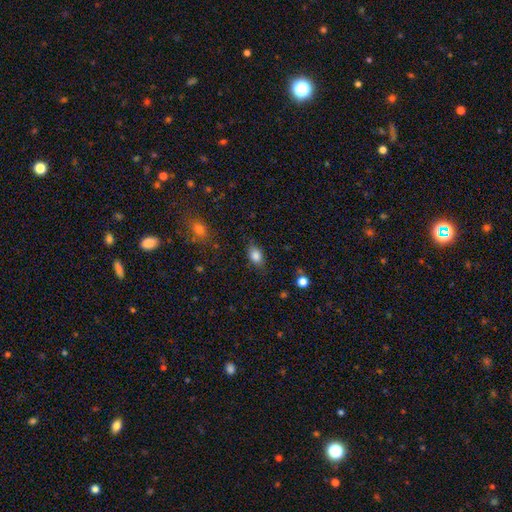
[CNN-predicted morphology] A smooth galaxy with no disk features (84%) that is in between round and cigar-shaped (81%).

Vote fractions:
- Smooth or featured? smooth: 84% / star or artifact: 9% / featured or disk: 7%
- How rounded? in between: 81% / round: 16% / cigar-shaped: 2%
- Merging? none: 77% / minor disturbance: 17% / major disturbance: 4% / merger: 2%